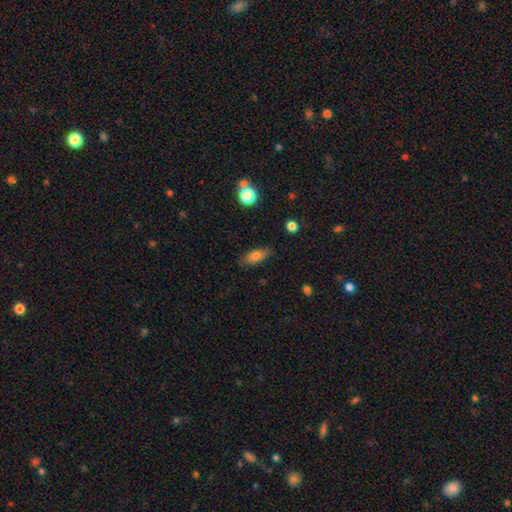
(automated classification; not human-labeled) This appears to be a smooth galaxy with no disk features (76%) that is in between round and cigar-shaped (76%). Merging: none (81%).